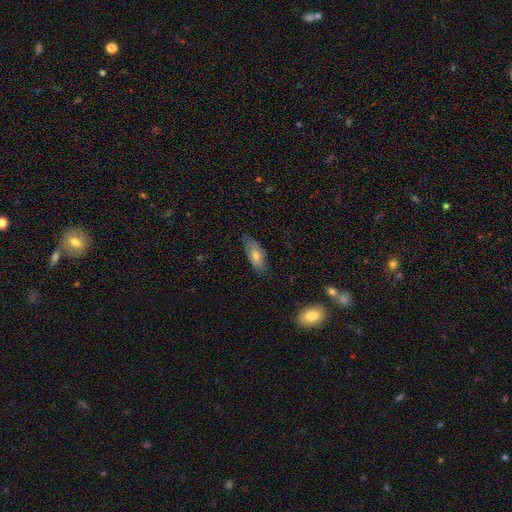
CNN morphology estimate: Smooth or featured? Predicted: smooth (p=0.65). How rounded? Predicted: in between (p=0.76). Merging? Predicted: none (p=0.72).